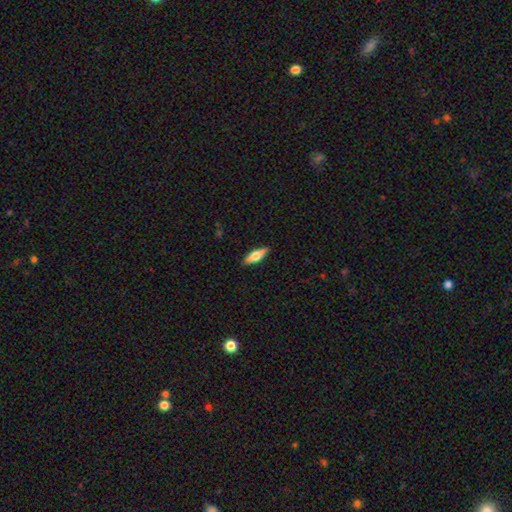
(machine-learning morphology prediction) The model was most divided on "how rounded": in between: 49%, cigar-shaped: 48%, round: 3%. More confident: merging — none (89%); smooth or featured — smooth (54%).